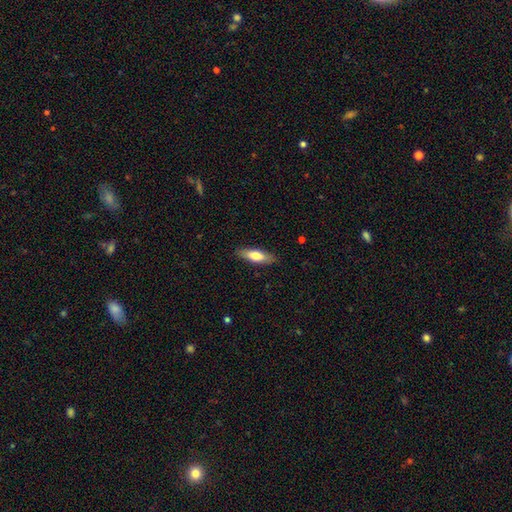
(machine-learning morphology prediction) Q: Smooth or featured?
A: smooth (70%); runner-up: featured or disk (24%)
Q: How rounded?
A: in between (52%); runner-up: cigar-shaped (46%)
Q: Merging?
A: none (87%); runner-up: minor disturbance (10%)